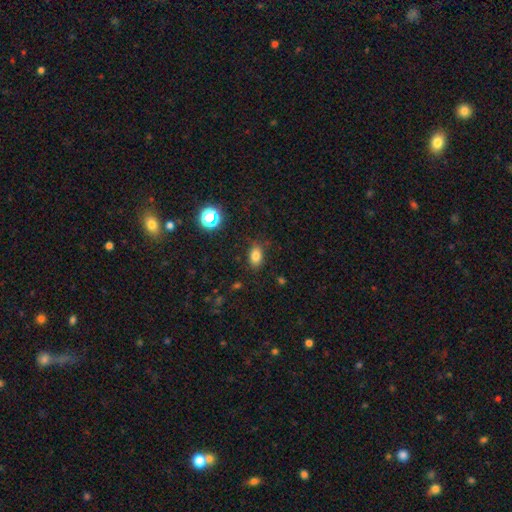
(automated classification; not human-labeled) Smooth or featured? Predicted: smooth (p=0.78). How rounded? Predicted: in between (p=0.84). Merging? Predicted: none (p=0.83).